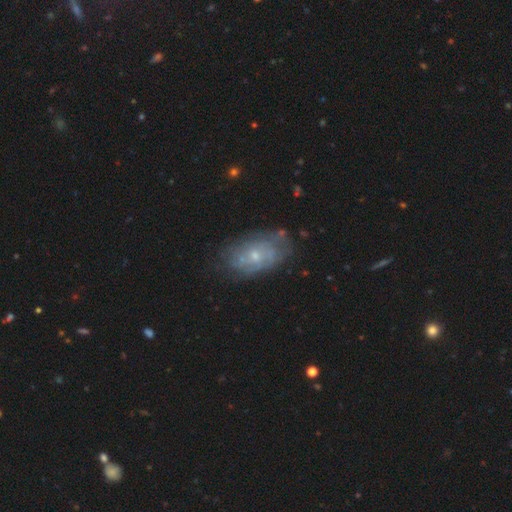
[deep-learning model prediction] Smooth or featured? featured or disk (64%)
Edge-on disk? no (95%)
Bar? no (80%)
Spiral arms? yes (65%)
Bulge size? small (65%)
Merging? none (67%)